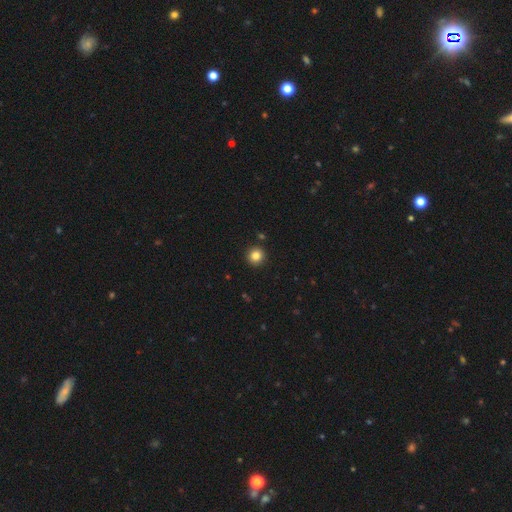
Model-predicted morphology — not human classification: Smooth or featured: smooth — 84% (star or artifact — 11%)
How rounded: round — 95% (in between — 4%)
Merging: none — 92% (minor disturbance — 5%)